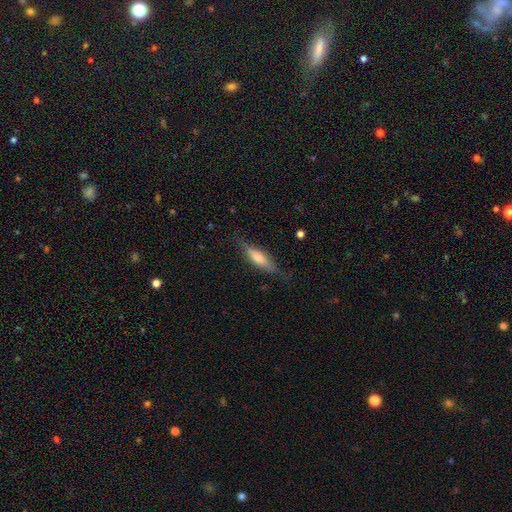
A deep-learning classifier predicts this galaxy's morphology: type=featured or disk (48%); merging=none (78%).